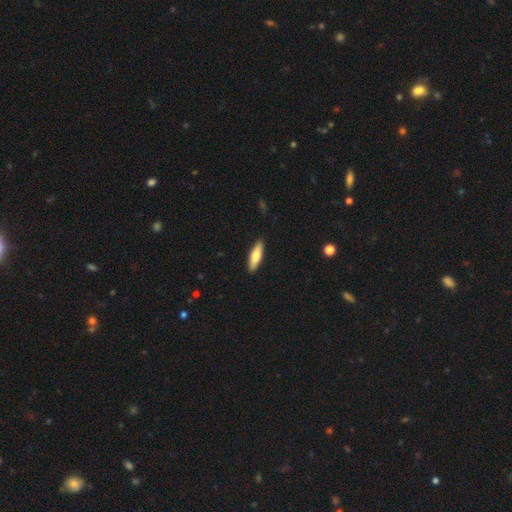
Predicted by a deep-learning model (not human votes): smooth_or_featured: smooth (p=0.71) [alt: featured or disk p=0.24]
how_rounded: cigar-shaped (p=0.59) [alt: in between p=0.39]
merging: none (p=0.90) [alt: minor disturbance p=0.08]